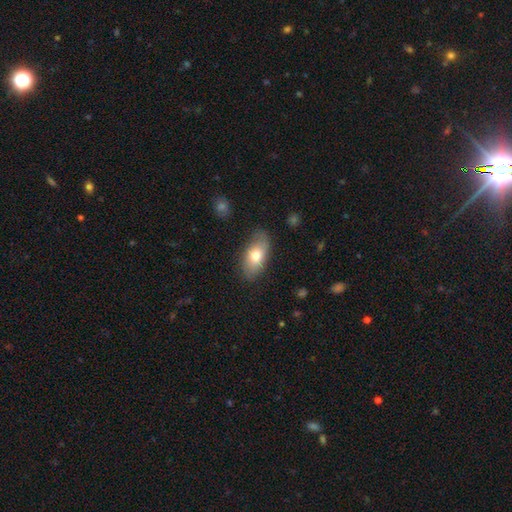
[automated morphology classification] type=smooth (73%); roundness=in between (91%); merging=none (79%).